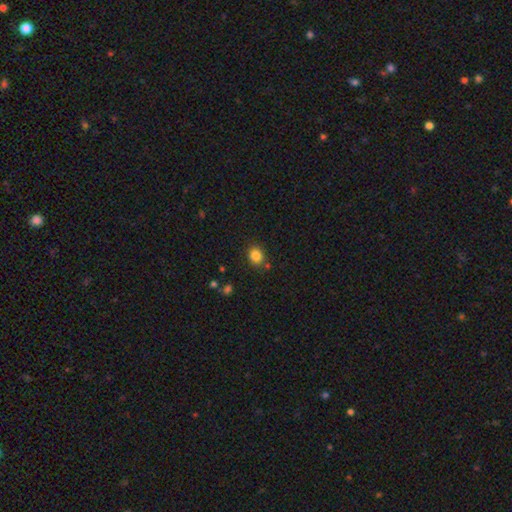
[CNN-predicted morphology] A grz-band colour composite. It shows a smooth galaxy with no disk features (84%) that is round (66%). Merging: none (83%).